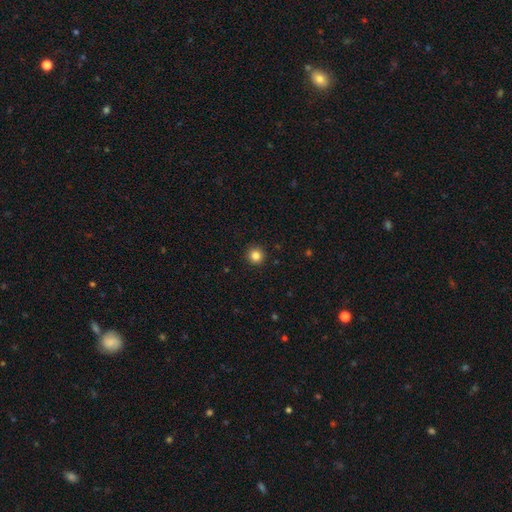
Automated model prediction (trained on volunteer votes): Overall: smooth (85%). How rounded: round (95%). Merging: none (92%).